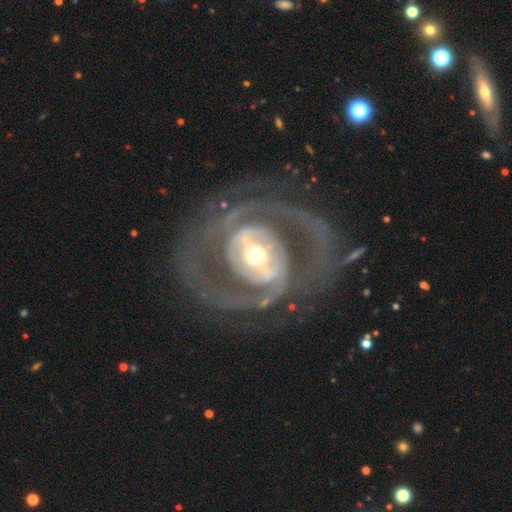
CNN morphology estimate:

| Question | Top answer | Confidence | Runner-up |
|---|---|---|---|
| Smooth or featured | featured or disk | 89% | smooth (6%) |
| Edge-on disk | no | 97% | yes (3%) |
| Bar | strong | 41% | weak (32%) |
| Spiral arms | yes | 89% | no (11%) |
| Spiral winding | medium | 45% | tight (38%) |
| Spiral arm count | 2 | 73% | can't tell (10%) |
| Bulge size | moderate | 62% | small (23%) |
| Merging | none | 69% | major disturbance (17%) |